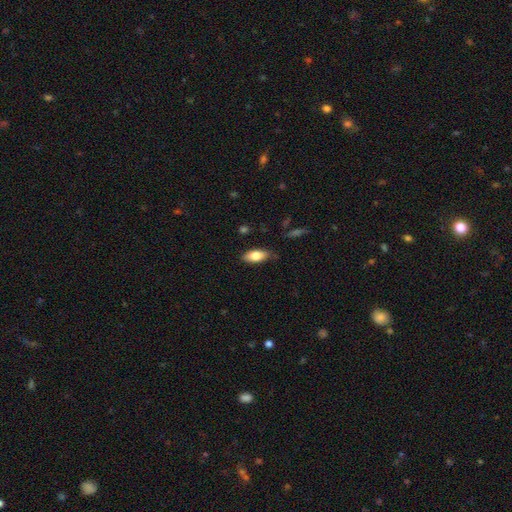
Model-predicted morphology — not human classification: smooth 79%, featured or disk 14%, star or artifact 6%. Down the decision tree: how rounded — in between (86%); merging — none (80%).